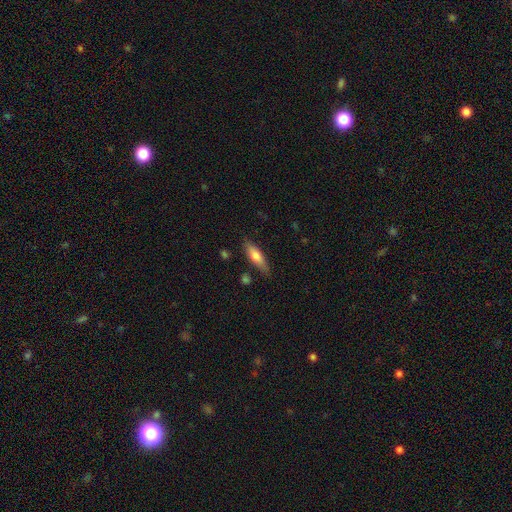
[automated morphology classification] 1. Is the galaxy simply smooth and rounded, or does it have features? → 65% smooth, 28% featured or disk, 6% star or artifact.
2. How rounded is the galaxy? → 57% cigar-shaped, 41% in between, 2% round.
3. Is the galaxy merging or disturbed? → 79% none, 15% minor disturbance, 3% major disturbance, 3% merger.